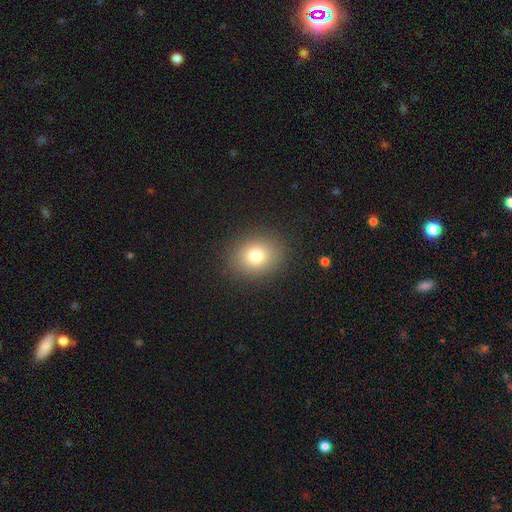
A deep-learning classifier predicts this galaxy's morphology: Q: Smooth or featured?
A: smooth (78%); runner-up: star or artifact (13%)
Q: How rounded?
A: round (59%); runner-up: in between (40%)
Q: Merging?
A: none (88%); runner-up: minor disturbance (8%)